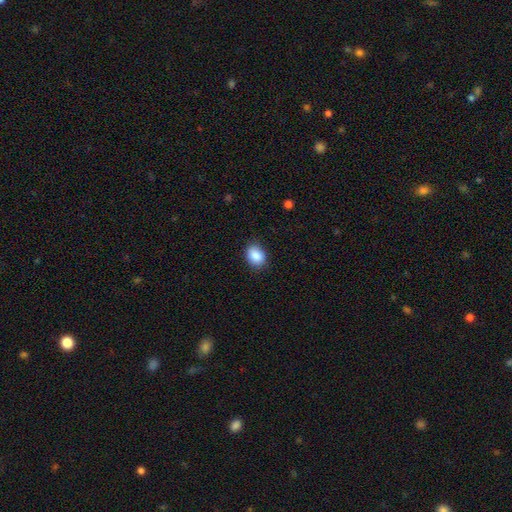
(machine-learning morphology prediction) Smooth or featured? smooth (88%)
How rounded? in between (66%)
Merging? none (83%)